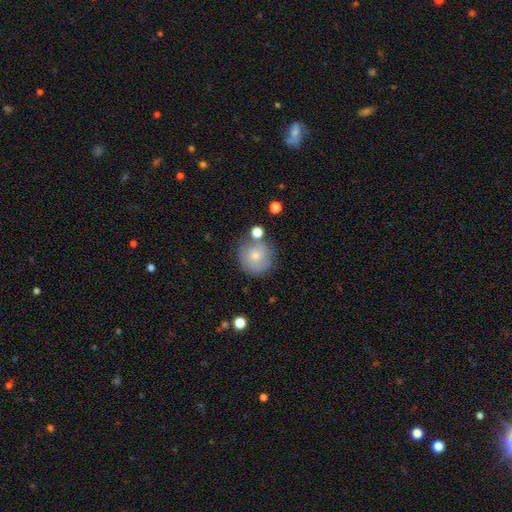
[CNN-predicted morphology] A smooth galaxy with no disk features (51%) that is round (89%). Merging: none (62%).